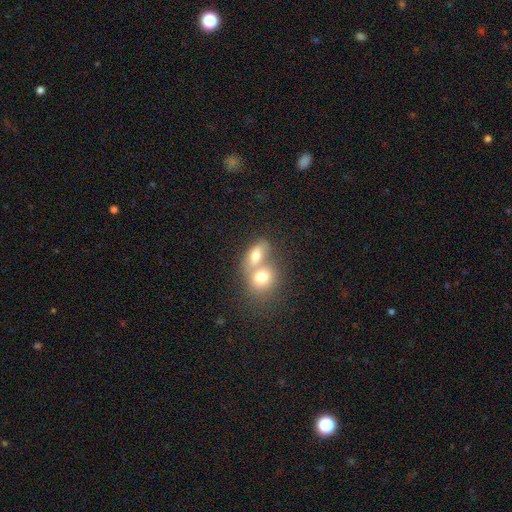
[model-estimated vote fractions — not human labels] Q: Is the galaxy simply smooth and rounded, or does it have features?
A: smooth — 74%.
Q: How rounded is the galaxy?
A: in between — 66%.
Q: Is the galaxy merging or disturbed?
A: merger — 66%.